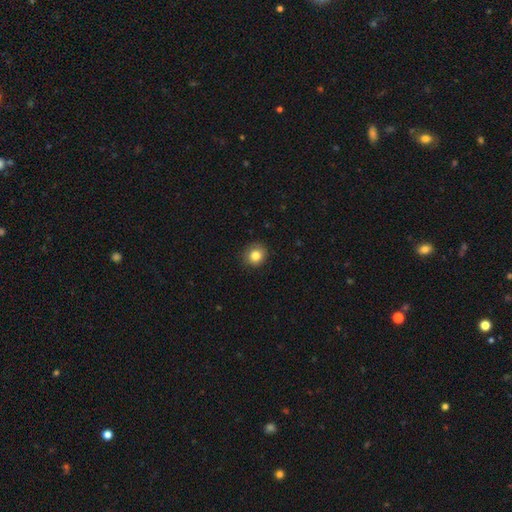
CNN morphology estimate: Overall: smooth (82%). How rounded: round (85%). Merging: none (87%).